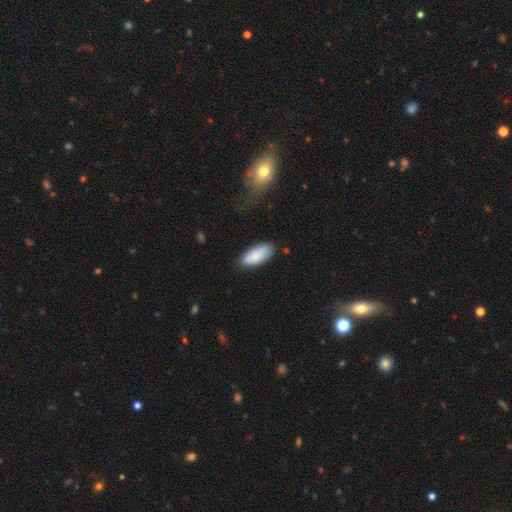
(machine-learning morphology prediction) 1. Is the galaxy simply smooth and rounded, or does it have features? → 82% smooth, 12% featured or disk, 6% star or artifact.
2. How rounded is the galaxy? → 85% in between, 14% cigar-shaped, 2% round.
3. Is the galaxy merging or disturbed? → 78% none, 17% minor disturbance, 4% major disturbance, 2% merger.